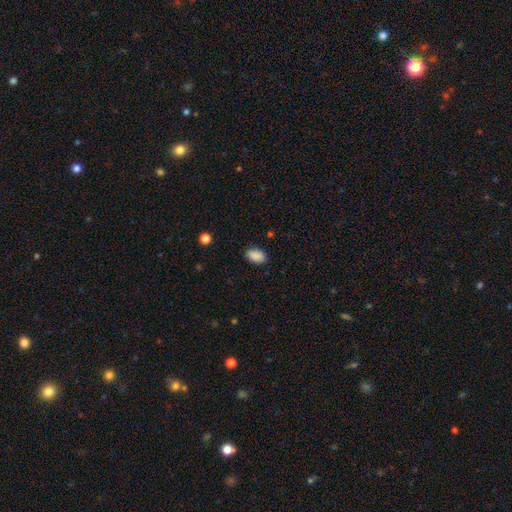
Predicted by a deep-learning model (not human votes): This is clearly a smooth galaxy (89%). How rounded: clearly in between (90%). Merging: clearly none (86%).